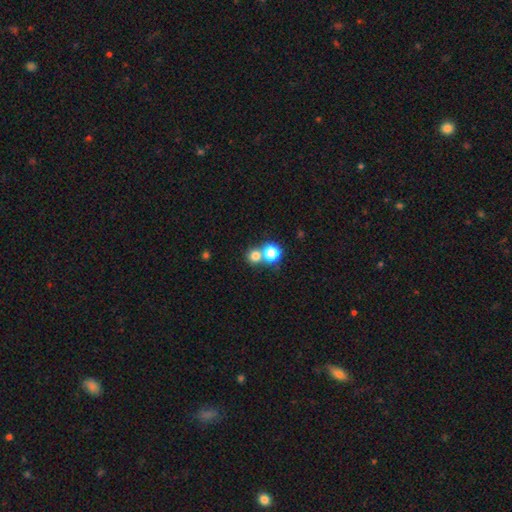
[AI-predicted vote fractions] Overall: smooth (74%). How rounded: round (90%). Merging: none (56%; merger 35%).